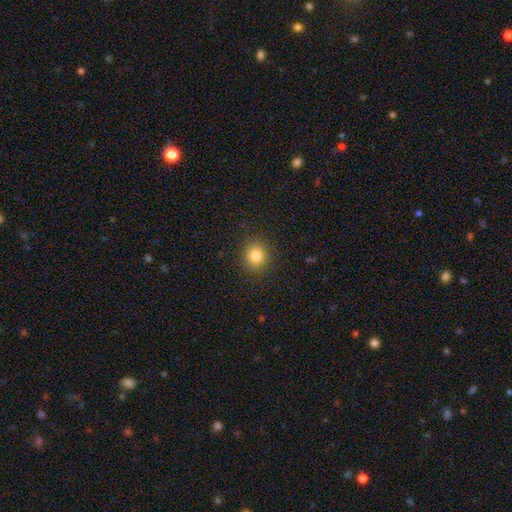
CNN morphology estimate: A smooth galaxy with no disk features (83%) that is round (84%).

Vote fractions:
- Smooth or featured? smooth: 83% / star or artifact: 12% / featured or disk: 6%
- How rounded? round: 84% / in between: 16% / cigar-shaped: 1%
- Merging? none: 90% / minor disturbance: 7% / major disturbance: 2% / merger: 1%